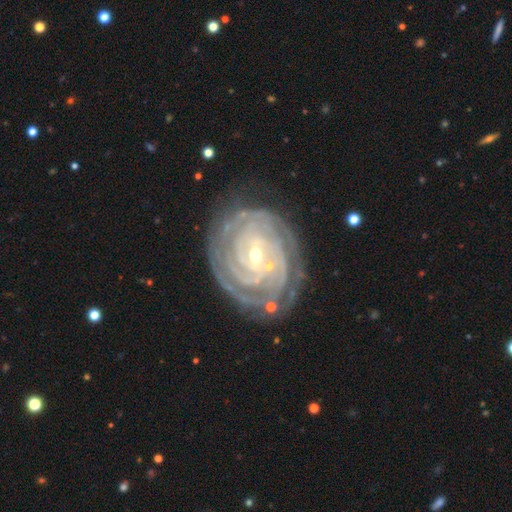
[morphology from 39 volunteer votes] Smooth or featured? 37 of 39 (95%) said featured or disk. Edge-on disk? 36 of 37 (97%) said no. Bar? 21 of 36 (58%) said weak. Spiral arms? 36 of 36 (100%) said yes. Spiral winding? 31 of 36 (86%) said tight. Spiral arm count? 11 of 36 (31%) said 3. Bulge size? 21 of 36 (58%) said small. Merging? 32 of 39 (82%) said none.